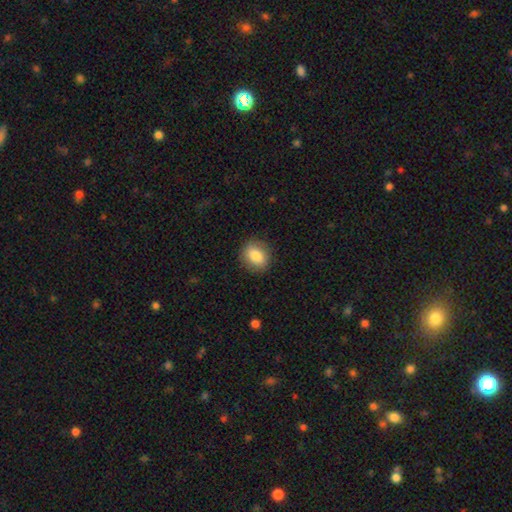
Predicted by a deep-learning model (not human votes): smooth-or-featured: smooth: 84% | featured or disk: 8% | star or artifact: 8%
  how-rounded: round: 56% | in between: 43% | cigar-shaped: 1%
  merging: none: 87% | minor disturbance: 9% | major disturbance: 3% | merger: 1%